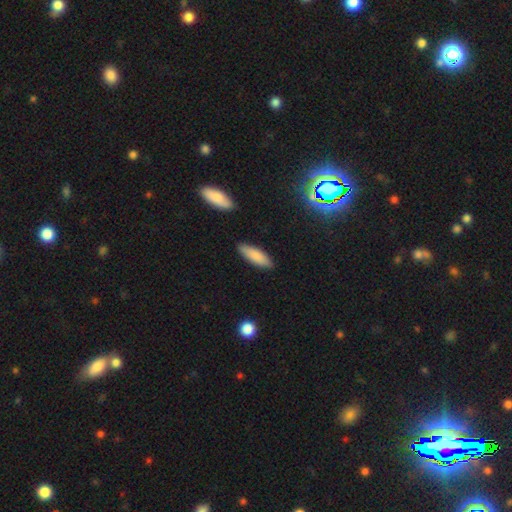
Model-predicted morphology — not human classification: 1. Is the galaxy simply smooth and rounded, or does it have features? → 83% smooth, 11% featured or disk, 6% star or artifact.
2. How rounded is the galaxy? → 53% in between, 45% cigar-shaped, 2% round.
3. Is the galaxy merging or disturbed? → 87% none, 9% minor disturbance, 2% major disturbance, 2% merger.